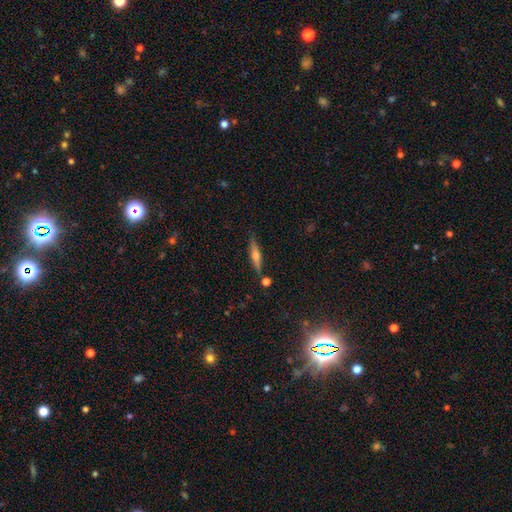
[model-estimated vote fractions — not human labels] Q: Smooth or featured?
A: featured or disk (55%); runner-up: smooth (37%)
Q: Edge-on disk?
A: yes (94%); runner-up: no (6%)
Q: Edge-on bulge?
A: rounded (89%); runner-up: none (5%)
Q: Merging?
A: none (81%); runner-up: minor disturbance (11%)